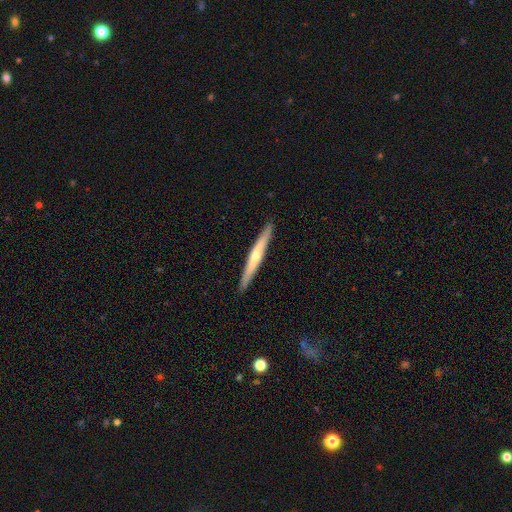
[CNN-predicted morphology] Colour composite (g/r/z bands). It shows a featured or disk galaxy (57%) viewed edge-on (97%) with a rounded central bulge (67%). Merging: none (92%).